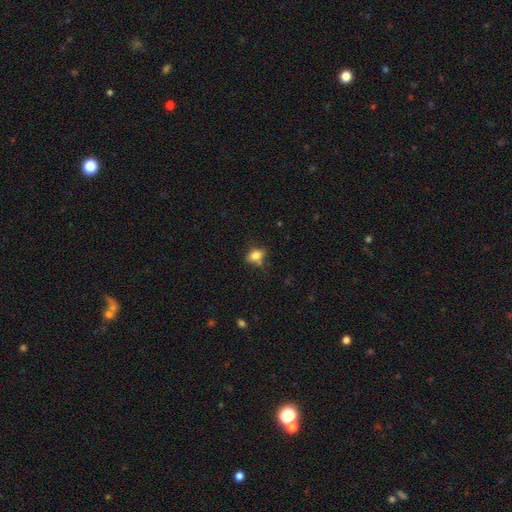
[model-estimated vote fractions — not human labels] Smooth or featured?
  - smooth: 81% *
  - star or artifact: 10%
  - featured or disk: 9%
How rounded?
  - in between: 74% *
  - round: 24%
  - cigar-shaped: 2%
Merging?
  - none: 61% *
  - minor disturbance: 22%
  - merger: 11%
  - major disturbance: 6%